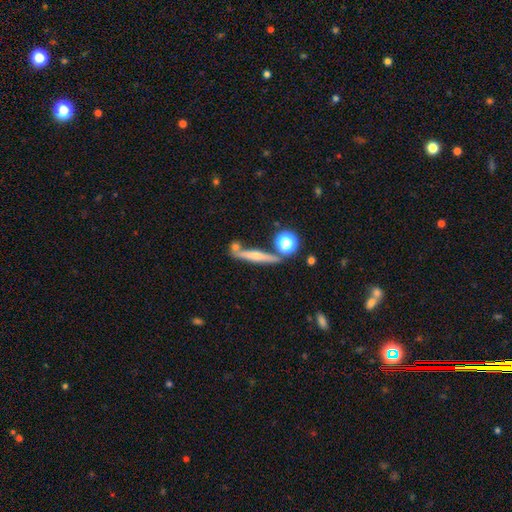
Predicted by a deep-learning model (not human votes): Overall: featured or disk (53%; smooth 37%). Edge-on disk: yes (93%). Merging: none (74%).